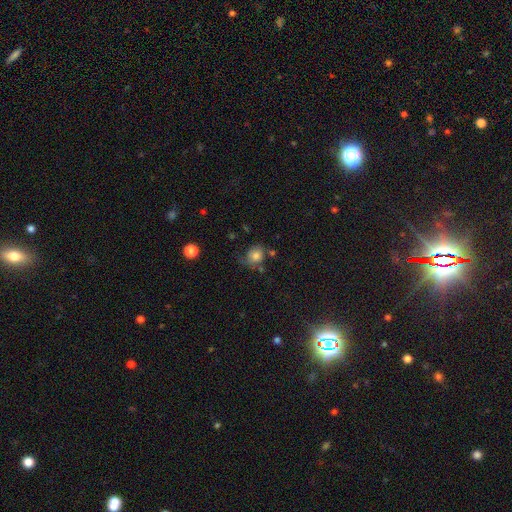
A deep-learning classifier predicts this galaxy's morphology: smooth-or-featured: smooth: 76% | featured or disk: 13% | star or artifact: 11%
  how-rounded: round: 74% | in between: 25% | cigar-shaped: 1%
  merging: none: 55% | minor disturbance: 27% | major disturbance: 12% | merger: 6%